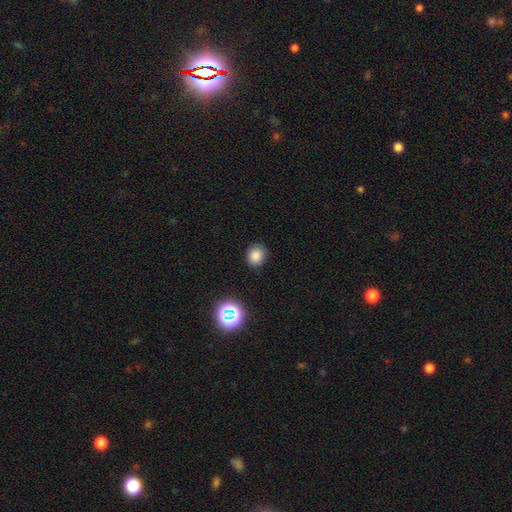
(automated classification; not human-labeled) Morphology: type=smooth (81%); roundness=round (75%); merging=none (88%).